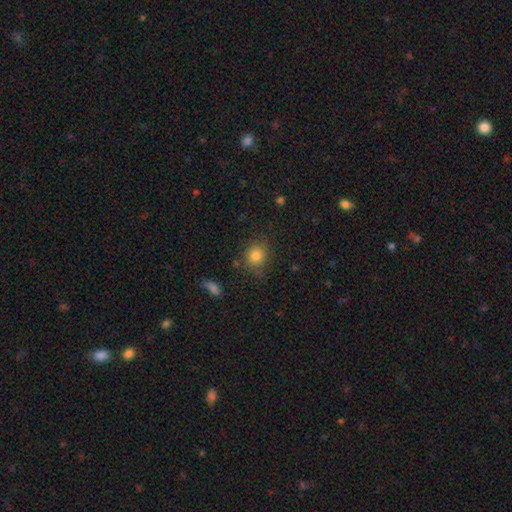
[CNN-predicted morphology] Smooth or featured?
  - smooth: 82% *
  - star or artifact: 11%
  - featured or disk: 7%
How rounded?
  - round: 80% *
  - in between: 19%
  - cigar-shaped: 1%
Merging?
  - none: 77% *
  - minor disturbance: 14%
  - major disturbance: 5%
  - merger: 4%